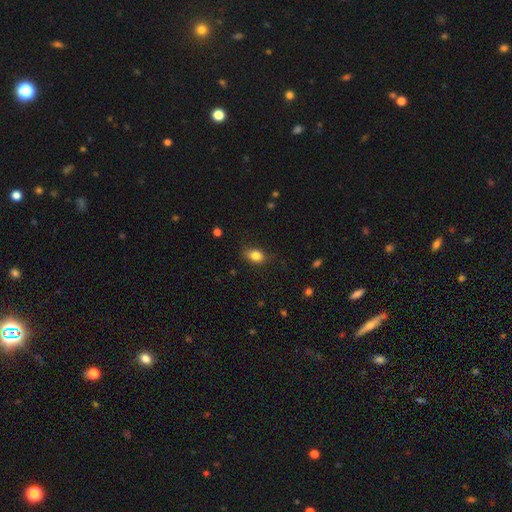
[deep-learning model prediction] Smooth or featured: smooth — 83% (star or artifact — 9%)
How rounded: in between — 74% (round — 23%)
Merging: none — 77% (minor disturbance — 18%)